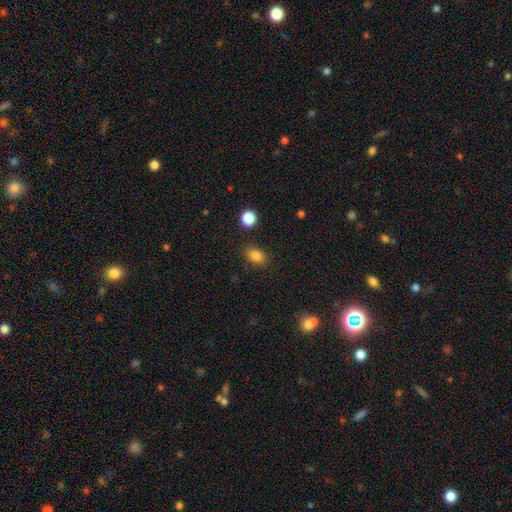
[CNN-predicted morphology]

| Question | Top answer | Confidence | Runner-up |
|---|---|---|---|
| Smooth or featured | smooth | 84% | star or artifact (11%) |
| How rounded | in between | 78% | round (20%) |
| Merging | none | 84% | minor disturbance (10%) |